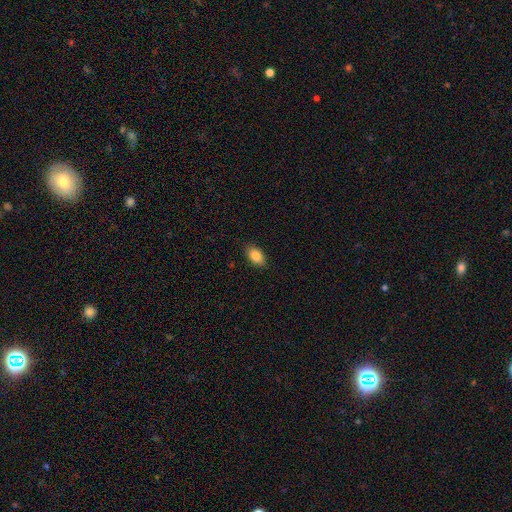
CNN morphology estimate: A smooth galaxy with no disk features (87%) that is in between round and cigar-shaped (91%). Merging: none (88%).